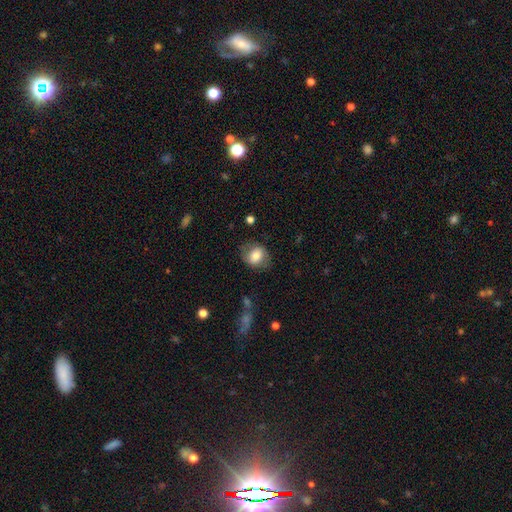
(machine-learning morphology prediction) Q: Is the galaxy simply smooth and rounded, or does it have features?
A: smooth — 72%.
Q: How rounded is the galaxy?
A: round — 56%.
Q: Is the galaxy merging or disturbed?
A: none — 71%.